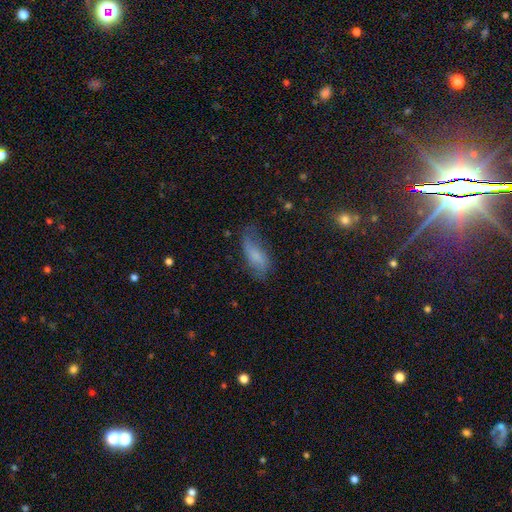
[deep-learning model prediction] A smooth galaxy with no disk features (60%) that is in between round and cigar-shaped (76%). Merging: none (52%).